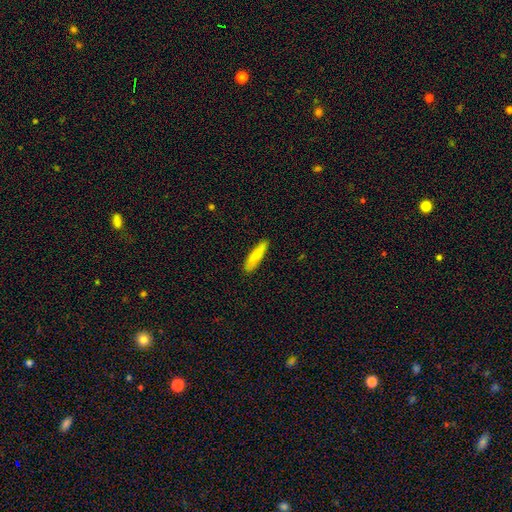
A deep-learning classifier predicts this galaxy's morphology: type=smooth (80%); roundness=cigar-shaped (78%); merging=none (87%).